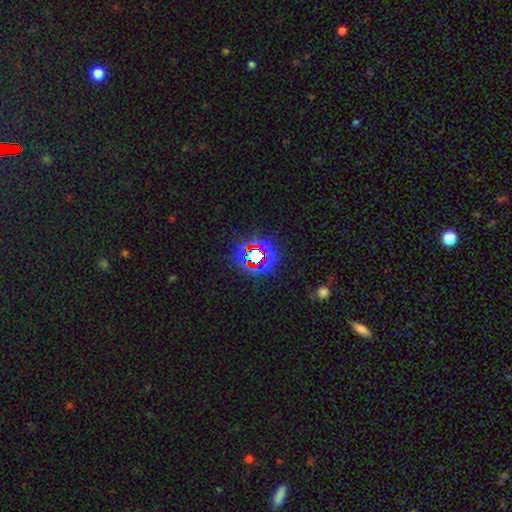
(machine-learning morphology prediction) A star or artifact, not a galaxy (71%).

Vote fractions:
- Smooth or featured? star or artifact: 71% / smooth: 19% / featured or disk: 10%